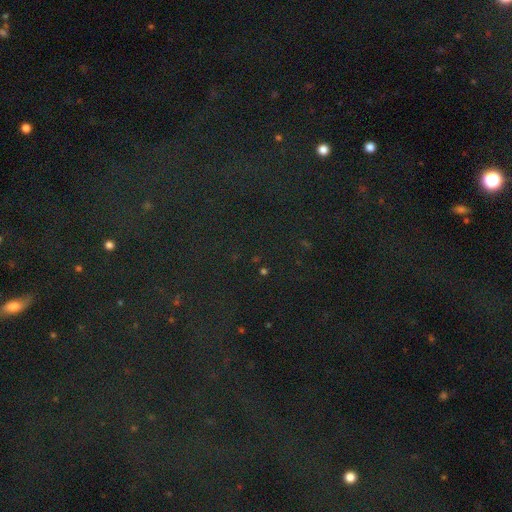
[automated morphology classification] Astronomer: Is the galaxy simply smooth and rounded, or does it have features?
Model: star or artifact — 82%.